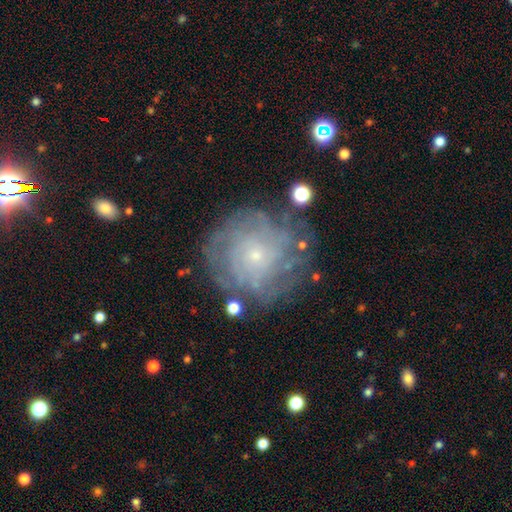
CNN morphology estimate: smooth_or_featured: featured or disk (p=0.72) [alt: smooth p=0.18]
disk_edge_on: no (p=0.97) [alt: yes p=0.03]
bar: no (p=0.85) [alt: weak p=0.13]
has_spiral_arms: yes (p=0.83) [alt: no p=0.17]
spiral_winding: tight (p=0.70) [alt: medium p=0.22]
spiral_arm_count: can't tell (p=0.47) [alt: more than 4 p=0.18]
bulge_size: small (p=0.84) [alt: moderate p=0.11]
merging: none (p=0.76) [alt: minor disturbance p=0.14]